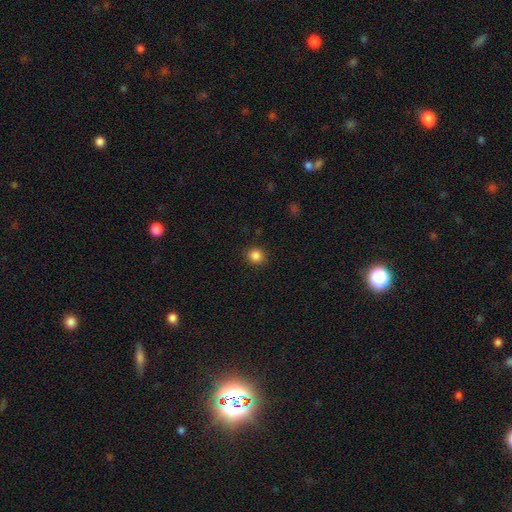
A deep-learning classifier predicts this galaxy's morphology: Overall: smooth (85%). How rounded: round (85%). Merging: none (90%).